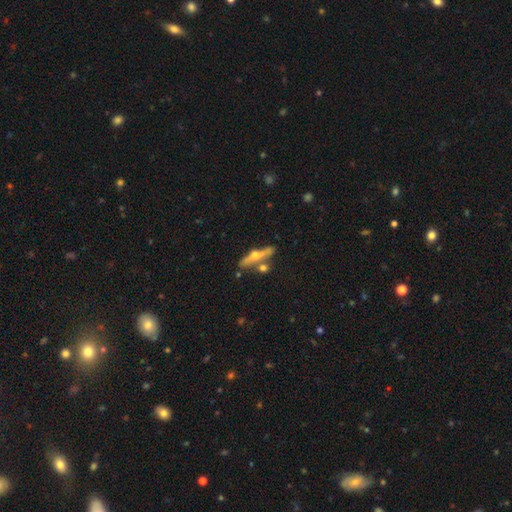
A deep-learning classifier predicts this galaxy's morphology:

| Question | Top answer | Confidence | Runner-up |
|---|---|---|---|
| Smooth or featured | featured or disk | 66% | smooth (28%) |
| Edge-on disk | yes | 94% | no (6%) |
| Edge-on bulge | rounded | 93% | none (4%) |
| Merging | none | 72% | minor disturbance (12%) |